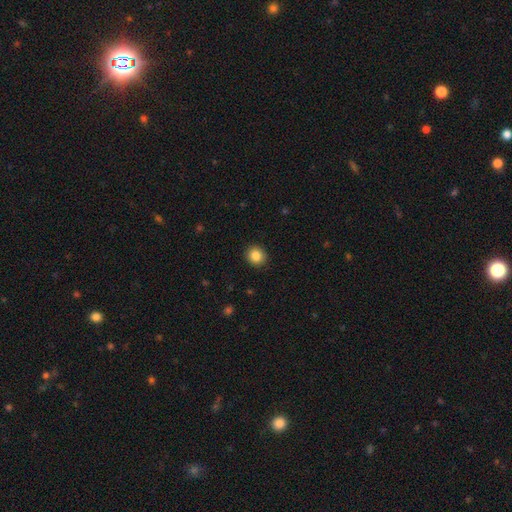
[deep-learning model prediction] A smooth galaxy with no disk features (85%) that is round (84%).

Vote fractions:
- Smooth or featured? smooth: 85% / star or artifact: 9% / featured or disk: 5%
- How rounded? round: 84% / in between: 15% / cigar-shaped: 1%
- Merging? none: 92% / minor disturbance: 6% / major disturbance: 2% / merger: 1%